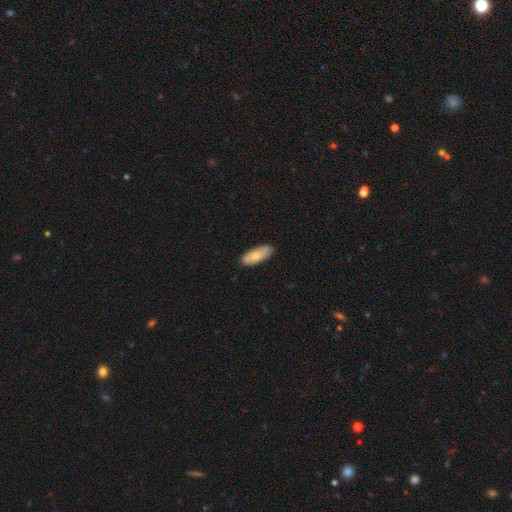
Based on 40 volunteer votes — Smooth or featured? 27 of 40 (68%) said smooth. How rounded? 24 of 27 (89%) said in between. Merging? 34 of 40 (85%) said none.